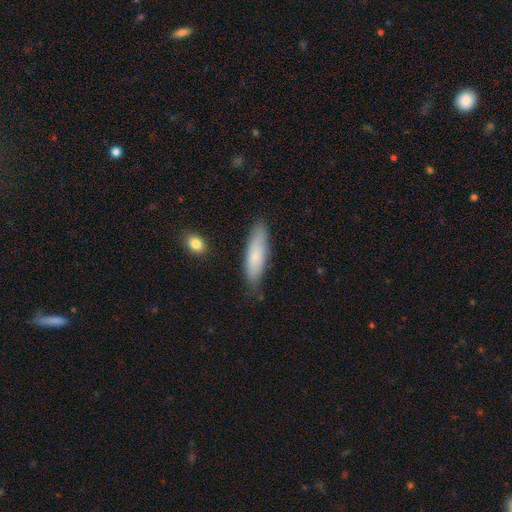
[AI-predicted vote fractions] A smooth galaxy with no disk features (76%) that is cigar-shaped (60%). Merging: none (78%).